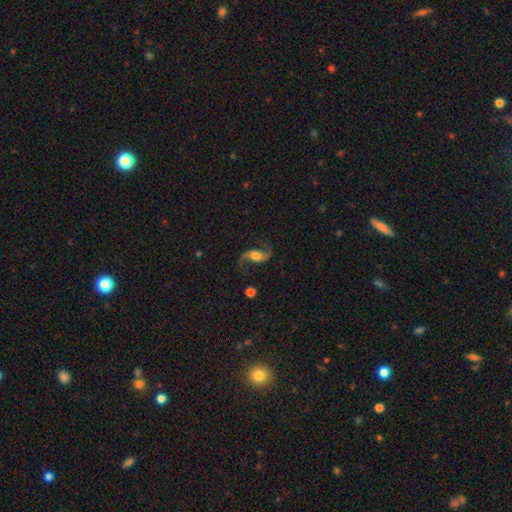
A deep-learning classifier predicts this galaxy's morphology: featured or disk 85%, smooth 9%, star or artifact 7%. Down the decision tree: edge-on disk — no (96%); bar — no (49%); spiral arms — yes (96%); spiral arm count — 2 (93%); spiral winding — loose (78%); bulge size — moderate (47%); merging — none (74%).